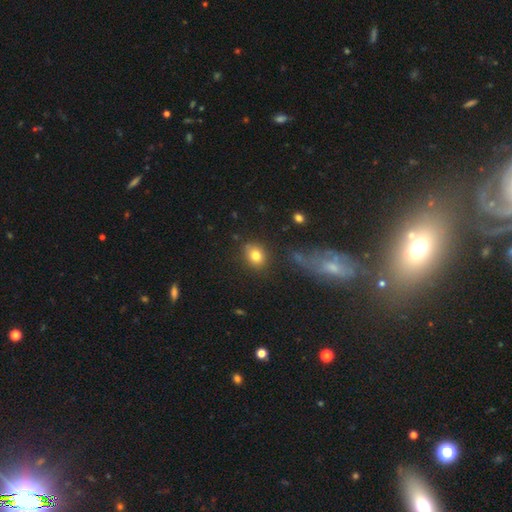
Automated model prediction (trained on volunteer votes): Smooth or featured? smooth (80%)
How rounded? round (58%)
Merging? none (81%)